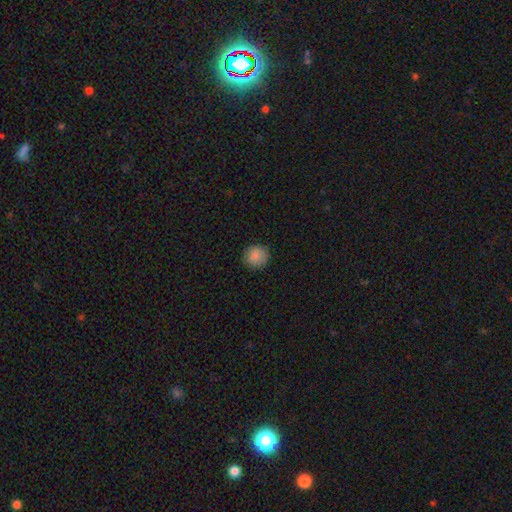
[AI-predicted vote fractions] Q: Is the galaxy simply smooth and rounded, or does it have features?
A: smooth — 87%.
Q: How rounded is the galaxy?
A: round — 91%.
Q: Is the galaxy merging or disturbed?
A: none — 88%.